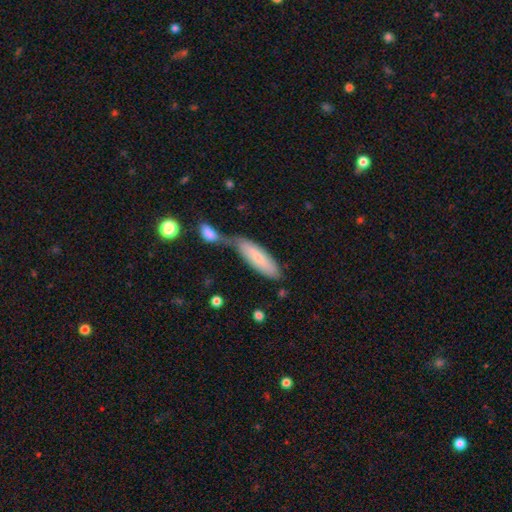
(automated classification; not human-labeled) Smooth or featured? Predicted: smooth (p=0.75). How rounded? Predicted: cigar-shaped (p=0.50). Merging? Predicted: merger (p=0.48).